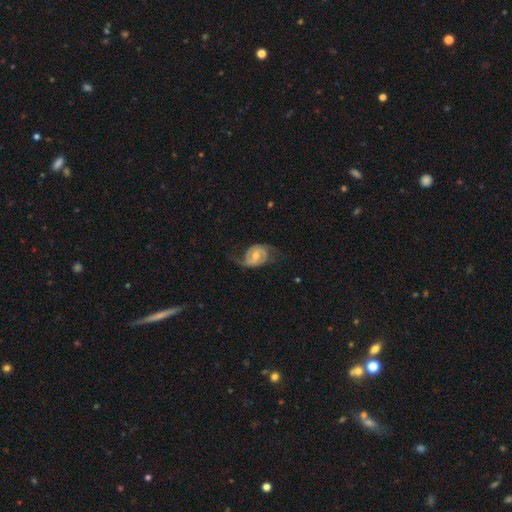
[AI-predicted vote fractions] Morphology: type=featured or disk (79%); edge-on=no (97%); bar=weak (44%); spiral arms=yes (92%); winding=loose (40%, tied with medium); arm count=2 (85%); bulge=moderate (64%); merging=none (60%).